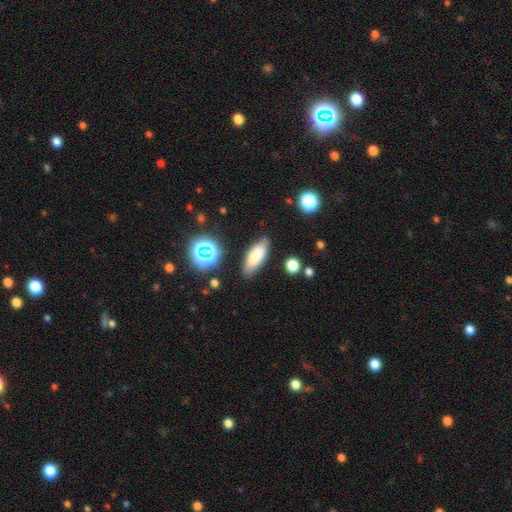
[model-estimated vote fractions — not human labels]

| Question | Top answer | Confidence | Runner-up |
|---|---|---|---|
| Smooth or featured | smooth | 77% | featured or disk (13%) |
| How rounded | in between | 71% | cigar-shaped (26%) |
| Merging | none | 81% | minor disturbance (13%) |